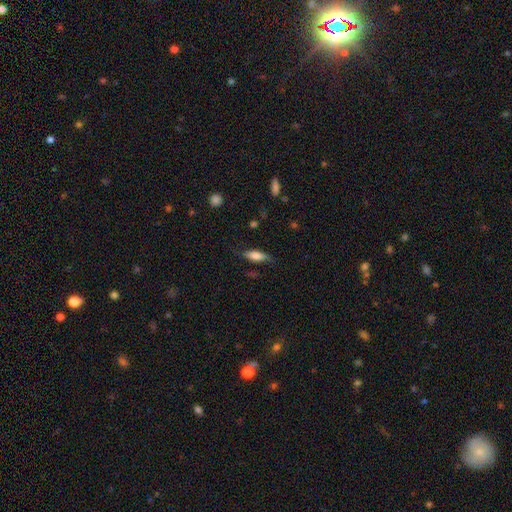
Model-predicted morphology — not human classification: A smooth galaxy with no disk features (67%) that is in between round and cigar-shaped (65%).

Vote fractions:
- Smooth or featured? smooth: 67% / featured or disk: 26% / star or artifact: 7%
- How rounded? in between: 65% / cigar-shaped: 32% / round: 3%
- Merging? none: 69% / minor disturbance: 23% / major disturbance: 7% / merger: 1%